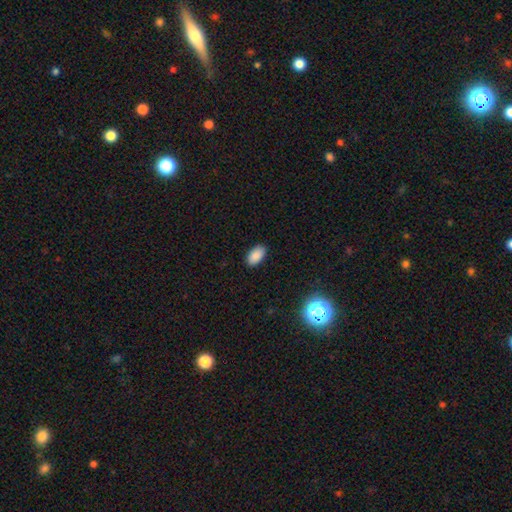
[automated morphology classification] smooth_or_featured: smooth (p=0.88) [alt: star or artifact p=0.09]
how_rounded: in between (p=0.94) [alt: round p=0.04]
merging: none (p=0.89) [alt: minor disturbance p=0.08]